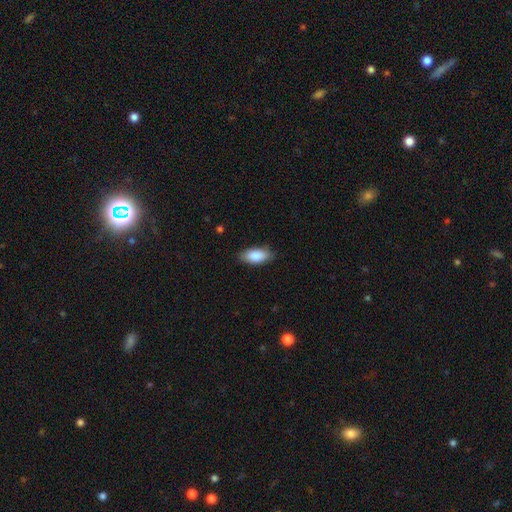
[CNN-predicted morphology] A smooth galaxy with no disk features (86%) that is in between round and cigar-shaped (89%). Merging: none (85%).